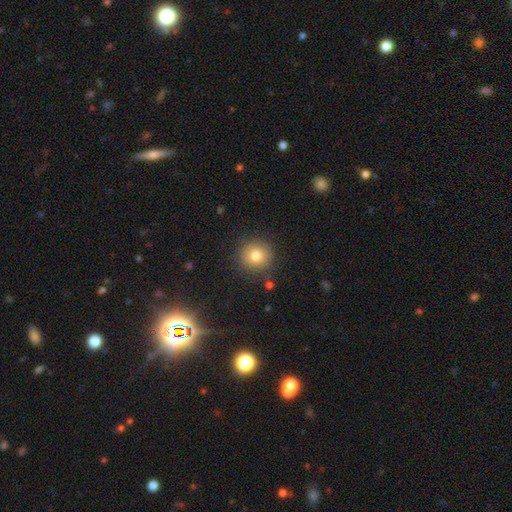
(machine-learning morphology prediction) smooth_or_featured: smooth (p=0.78) [alt: star or artifact p=0.12]
how_rounded: round (p=0.91) [alt: in between p=0.08]
merging: none (p=0.86) [alt: minor disturbance p=0.09]